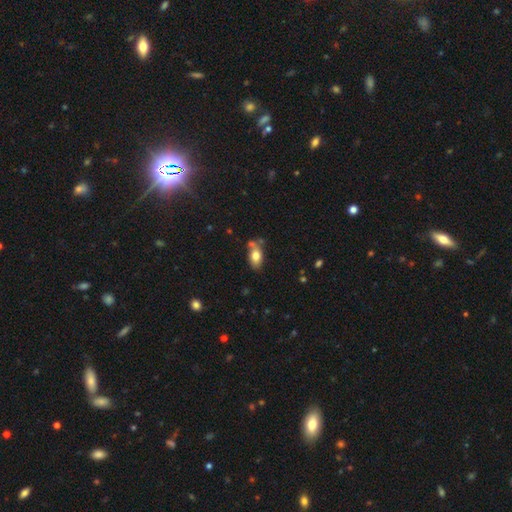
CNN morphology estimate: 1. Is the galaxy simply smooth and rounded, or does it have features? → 77% smooth, 15% featured or disk, 8% star or artifact.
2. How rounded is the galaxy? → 88% in between, 7% round, 4% cigar-shaped.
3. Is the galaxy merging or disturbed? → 56% none, 20% minor disturbance, 18% merger, 6% major disturbance.